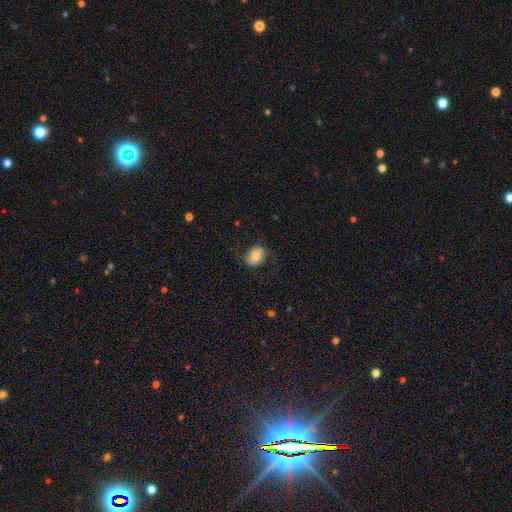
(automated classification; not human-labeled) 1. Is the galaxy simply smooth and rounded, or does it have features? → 77% smooth, 15% featured or disk, 8% star or artifact.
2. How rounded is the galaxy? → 54% in between, 45% round, 1% cigar-shaped.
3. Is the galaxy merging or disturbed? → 79% none, 16% minor disturbance, 5% major disturbance, 1% merger.